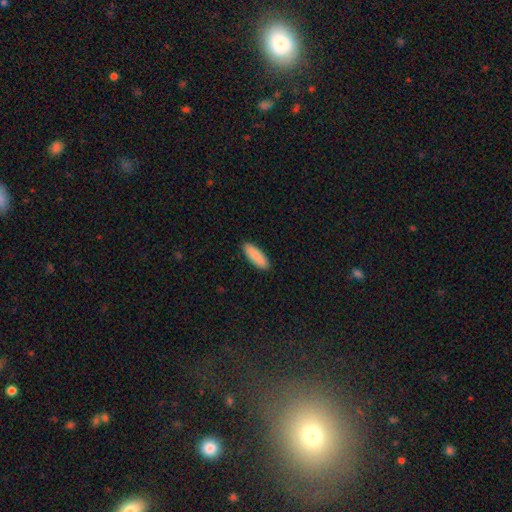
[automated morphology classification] smooth-or-featured: smooth: 88% | featured or disk: 7% | star or artifact: 5%
  how-rounded: in between: 56% | cigar-shaped: 43% | round: 2%
  merging: none: 91% | minor disturbance: 7% | major disturbance: 1% | merger: 1%